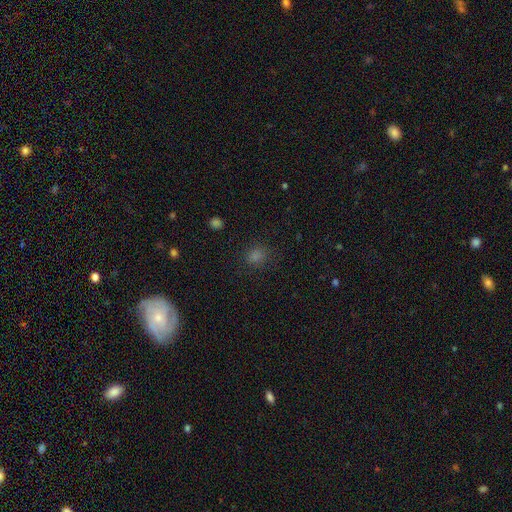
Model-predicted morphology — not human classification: The model was most divided on "smooth or featured": smooth: 64%, star or artifact: 23%, featured or disk: 14%. More confident: merging — none (83%); how rounded — round (73%).